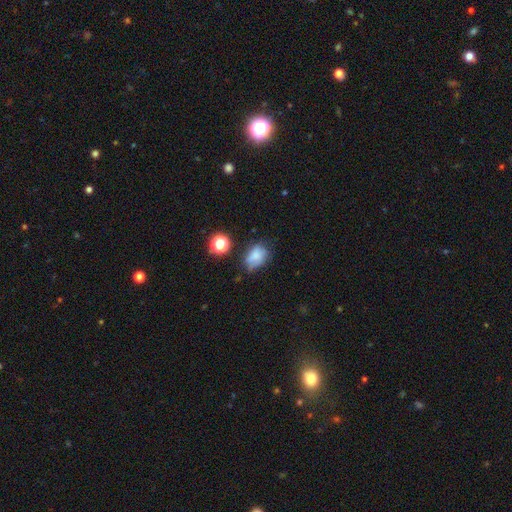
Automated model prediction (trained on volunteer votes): Smooth or featured?
  - smooth: 69% *
  - featured or disk: 16%
  - star or artifact: 14%
How rounded?
  - in between: 69% *
  - round: 29%
  - cigar-shaped: 1%
Merging?
  - none: 44% *
  - minor disturbance: 35%
  - major disturbance: 16%
  - merger: 5%